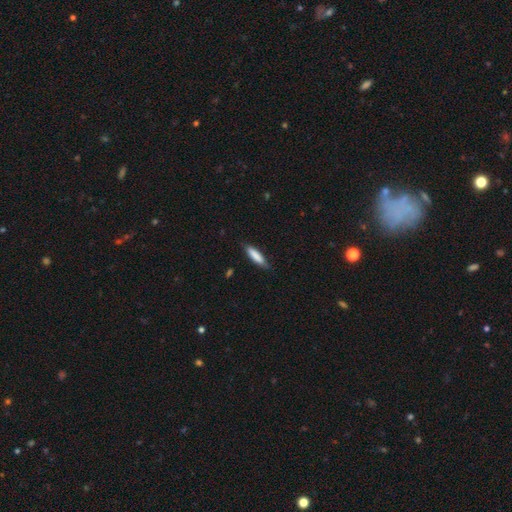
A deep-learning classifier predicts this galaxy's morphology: A smooth galaxy with no disk features (84%) that is cigar-shaped (72%).

Vote fractions:
- Smooth or featured? smooth: 84% / featured or disk: 11% / star or artifact: 6%
- How rounded? cigar-shaped: 72% / in between: 27% / round: 1%
- Merging? none: 81% / minor disturbance: 15% / major disturbance: 2% / merger: 1%